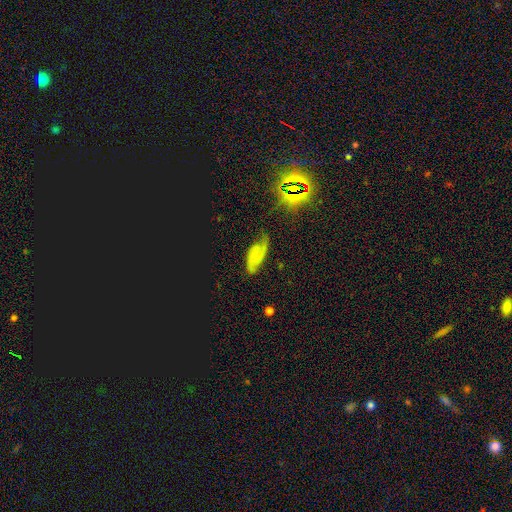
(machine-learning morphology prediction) Smooth or featured? Predicted: featured or disk (p=0.49). Merging? Predicted: none (p=0.45).